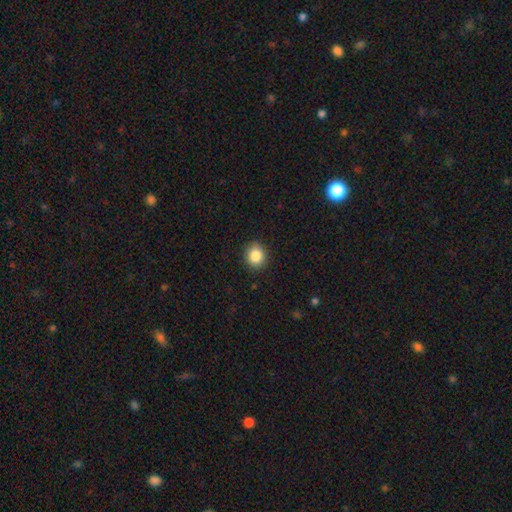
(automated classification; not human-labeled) Smooth or featured? smooth (87%)
How rounded? round (76%)
Merging? none (89%)